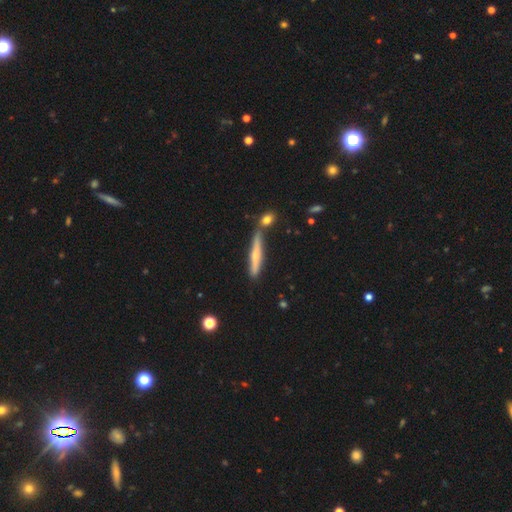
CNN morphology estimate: This is possibly a featured or disk galaxy (50%). Merging: likely none (72%).